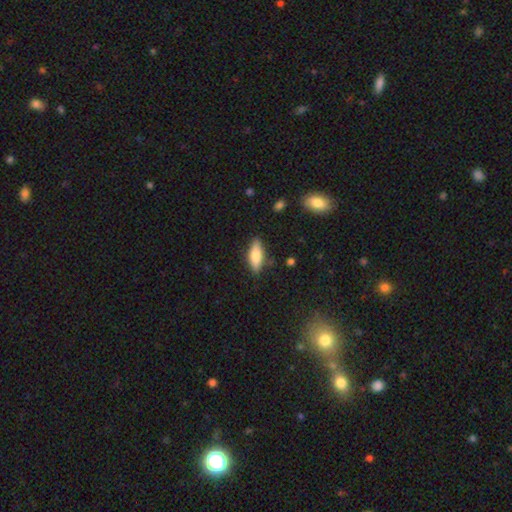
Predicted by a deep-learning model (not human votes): A smooth galaxy with no disk features (66%) that is in between round and cigar-shaped (64%). Merging: none (83%).